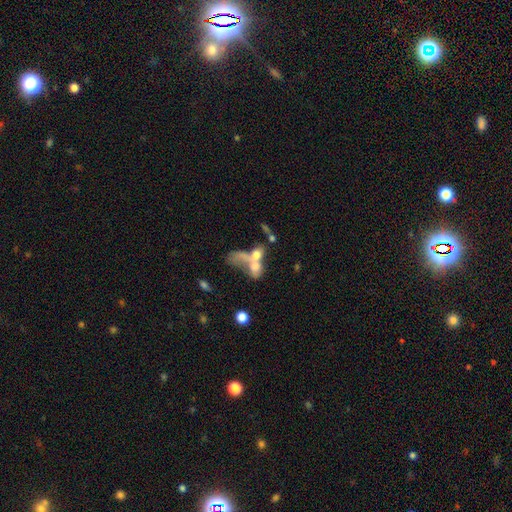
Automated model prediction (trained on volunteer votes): smooth_or_featured: smooth (p=0.55) [alt: featured or disk p=0.33]
how_rounded: in between (p=0.66) [alt: round p=0.24]
merging: merger (p=0.67) [alt: major disturbance p=0.17]